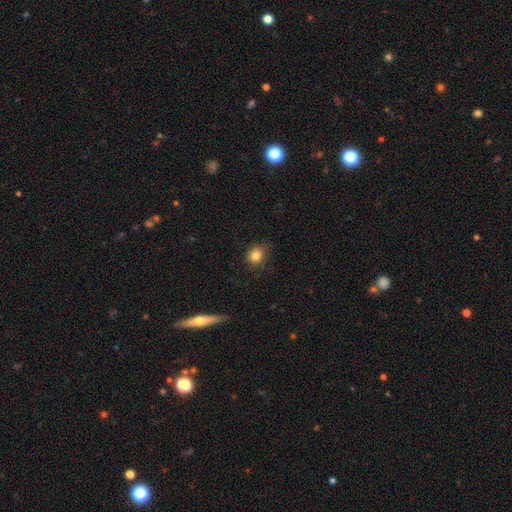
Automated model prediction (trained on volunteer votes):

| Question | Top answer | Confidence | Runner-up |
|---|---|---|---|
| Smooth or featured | smooth | 83% | star or artifact (11%) |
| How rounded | round | 74% | in between (25%) |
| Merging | none | 75% | minor disturbance (19%) |